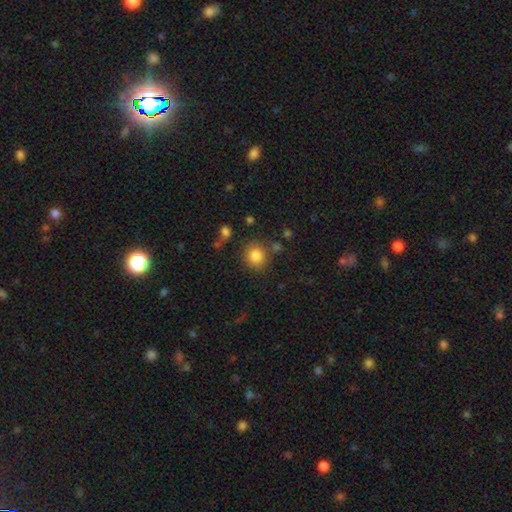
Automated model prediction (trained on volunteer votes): Morphology: type=smooth (84%); roundness=round (87%); merging=none (81%).